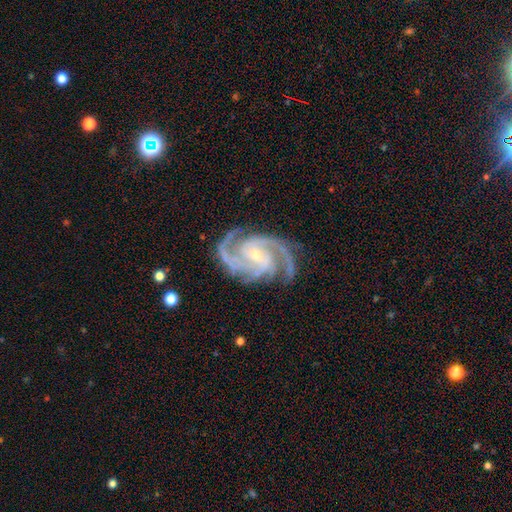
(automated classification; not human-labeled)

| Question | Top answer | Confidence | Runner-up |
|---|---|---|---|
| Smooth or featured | featured or disk | 94% | star or artifact (4%) |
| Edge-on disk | no | 98% | yes (2%) |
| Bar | no | 44% | weak (35%) |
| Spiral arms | yes | 99% | no (1%) |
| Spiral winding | medium | 49% | tight (46%) |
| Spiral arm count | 3 | 48% | 2 (19%) |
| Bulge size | small | 74% | moderate (23%) |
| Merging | none | 79% | minor disturbance (15%) |